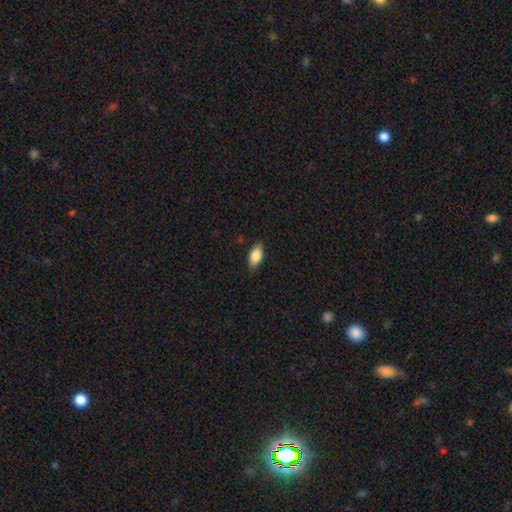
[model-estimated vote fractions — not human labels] smooth 85%, featured or disk 8%, star or artifact 7%. Down the decision tree: how rounded — in between (90%); merging — none (84%).